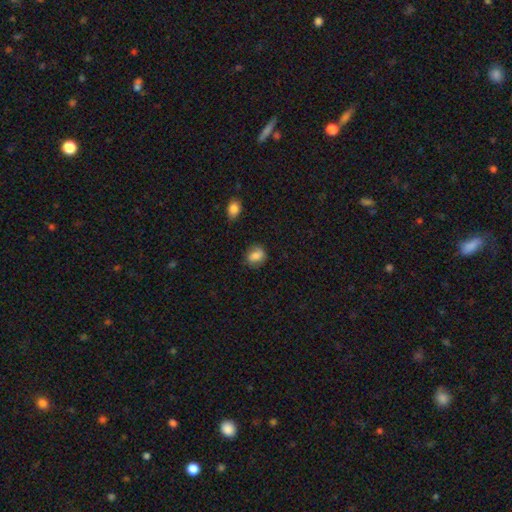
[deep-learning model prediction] Smooth or featured? smooth (83%)
How rounded? round (51%)
Merging? none (76%)